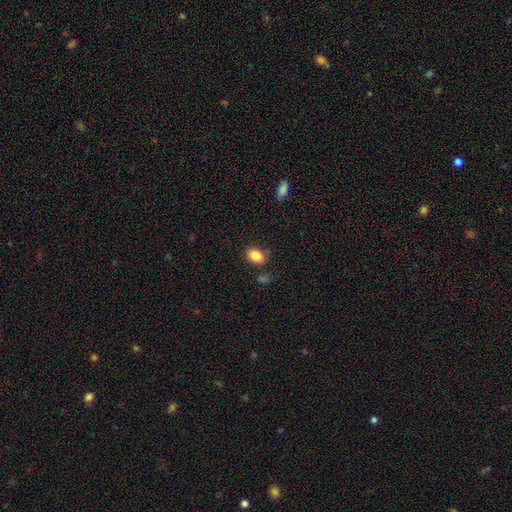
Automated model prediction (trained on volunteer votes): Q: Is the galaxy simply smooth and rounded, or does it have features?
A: smooth — 86%.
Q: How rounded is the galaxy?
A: in between — 72%.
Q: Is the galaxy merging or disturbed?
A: none — 78%.